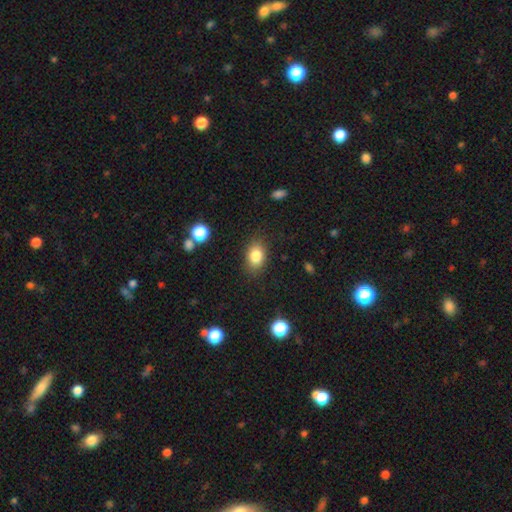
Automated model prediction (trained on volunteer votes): Overall: smooth (84%). How rounded: in between (78%). Merging: none (83%).